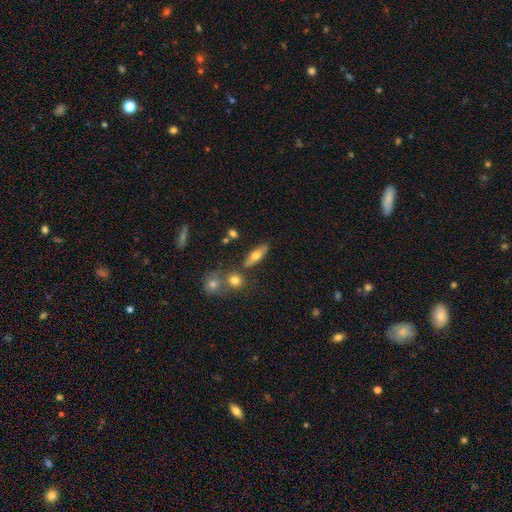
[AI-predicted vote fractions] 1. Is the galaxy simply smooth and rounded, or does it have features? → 60% smooth, 32% featured or disk, 8% star or artifact.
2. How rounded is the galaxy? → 58% in between, 38% cigar-shaped, 4% round.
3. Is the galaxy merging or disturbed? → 75% none, 11% minor disturbance, 11% merger, 3% major disturbance.